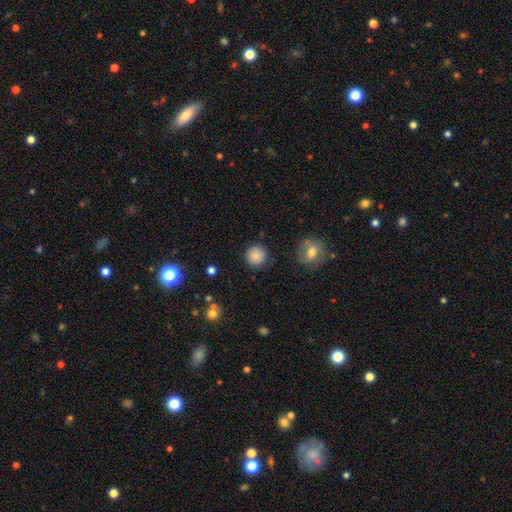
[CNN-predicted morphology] smooth 85%, star or artifact 10%, featured or disk 5%. Down the decision tree: how rounded — round (95%); merging — none (88%).